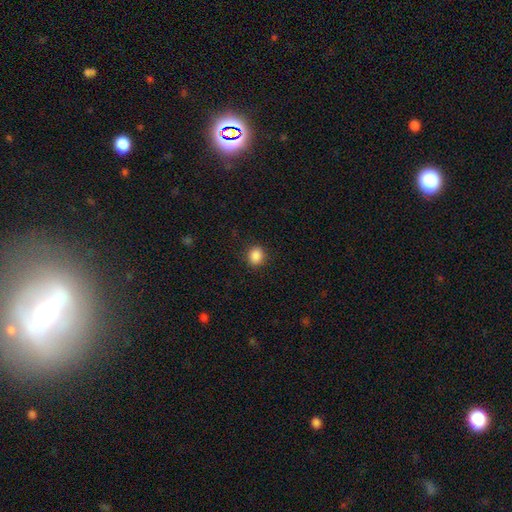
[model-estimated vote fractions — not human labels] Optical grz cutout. It shows a smooth galaxy with no disk features (87%) that is round (73%). Merging: none (89%).